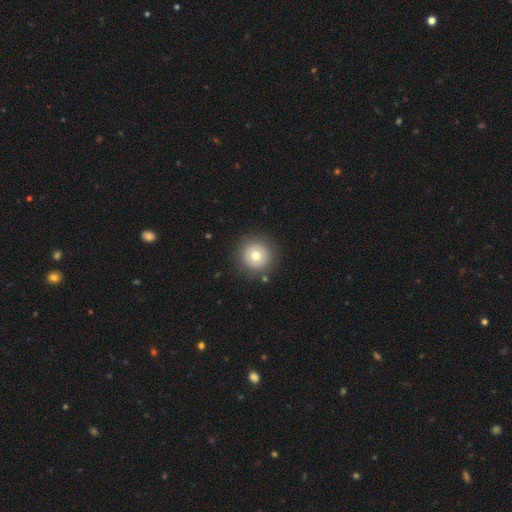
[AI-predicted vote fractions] Morphology: type=smooth (76%); roundness=round (95%); merging=none (88%).